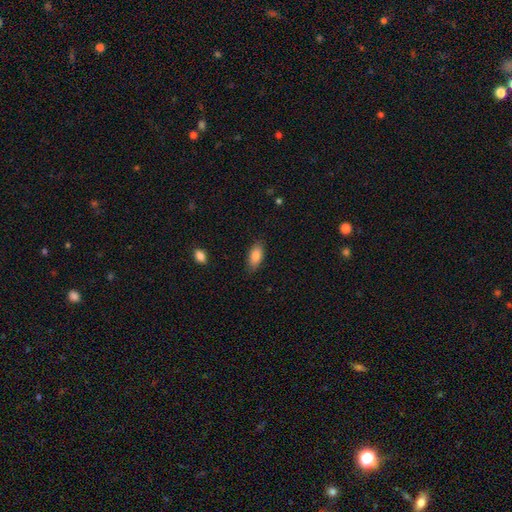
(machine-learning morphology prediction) The model was most divided on "merging": none: 84%, minor disturbance: 12%, major disturbance: 3%, merger: 1%. More confident: how rounded — in between (88%); smooth or featured — smooth (84%).